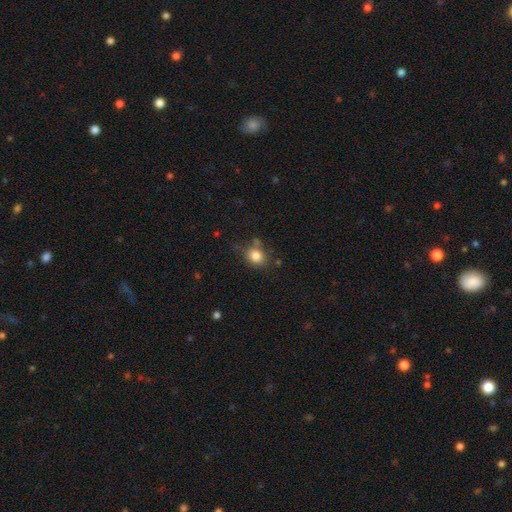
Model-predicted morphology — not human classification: A smooth galaxy with no disk features (83%) that is round (60%).

Vote fractions:
- Smooth or featured? smooth: 83% / star or artifact: 10% / featured or disk: 7%
- How rounded? round: 60% / in between: 39% / cigar-shaped: 1%
- Merging? none: 64% / minor disturbance: 21% / merger: 8% / major disturbance: 7%